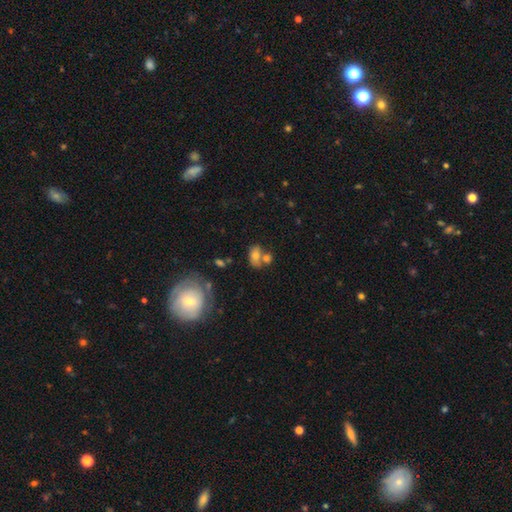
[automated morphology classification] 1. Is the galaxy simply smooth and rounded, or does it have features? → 72% smooth, 16% featured or disk, 12% star or artifact.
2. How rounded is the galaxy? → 80% in between, 17% round, 2% cigar-shaped.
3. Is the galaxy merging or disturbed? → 43% none, 37% merger, 14% minor disturbance, 6% major disturbance.